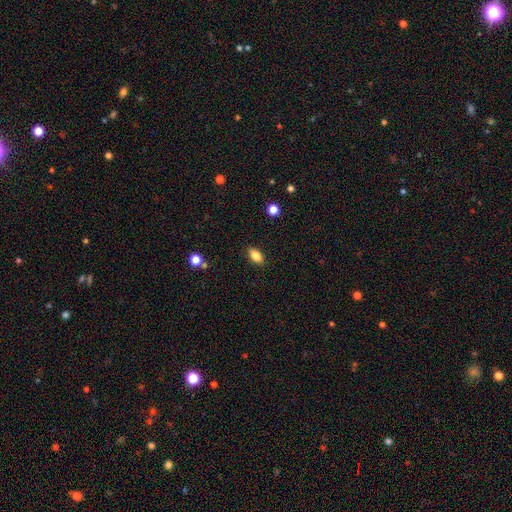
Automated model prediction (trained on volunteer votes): Smooth or featured?
  - smooth: 83% *
  - star or artifact: 9%
  - featured or disk: 8%
How rounded?
  - in between: 88% *
  - round: 7%
  - cigar-shaped: 5%
Merging?
  - none: 88% *
  - minor disturbance: 9%
  - major disturbance: 2%
  - merger: 1%